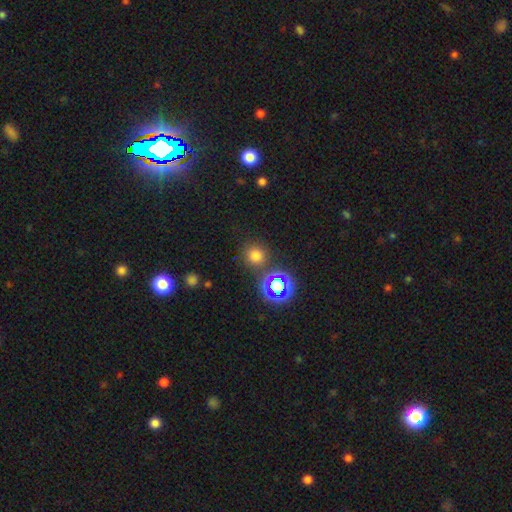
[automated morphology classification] type=smooth (69%); roundness=round (92%); merging=none (83%).